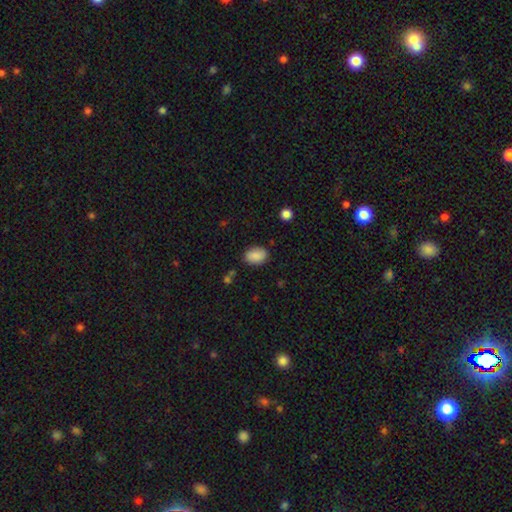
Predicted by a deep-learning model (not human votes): smooth-or-featured: smooth: 89% | star or artifact: 7% | featured or disk: 4%
  how-rounded: in between: 82% | round: 17% | cigar-shaped: 1%
  merging: none: 83% | minor disturbance: 12% | major disturbance: 3% | merger: 2%